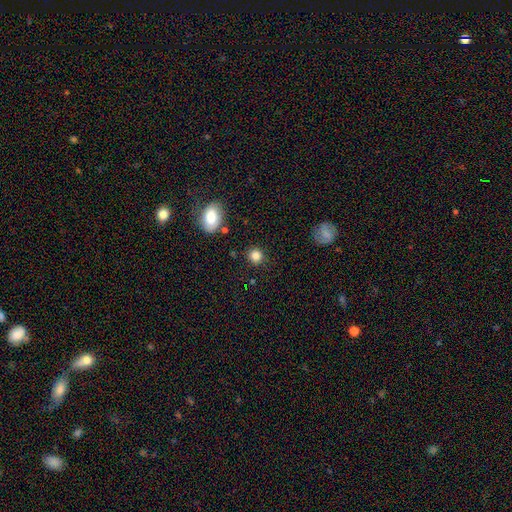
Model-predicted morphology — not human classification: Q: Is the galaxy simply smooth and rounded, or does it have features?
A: smooth — 83%.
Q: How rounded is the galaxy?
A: round — 88%.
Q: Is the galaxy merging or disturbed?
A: none — 86%.